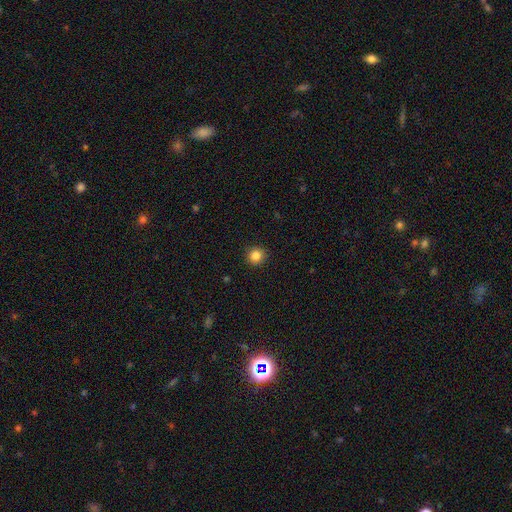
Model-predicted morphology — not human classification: smooth 85%, star or artifact 11%, featured or disk 4%. Down the decision tree: how rounded — round (93%); merging — none (92%).